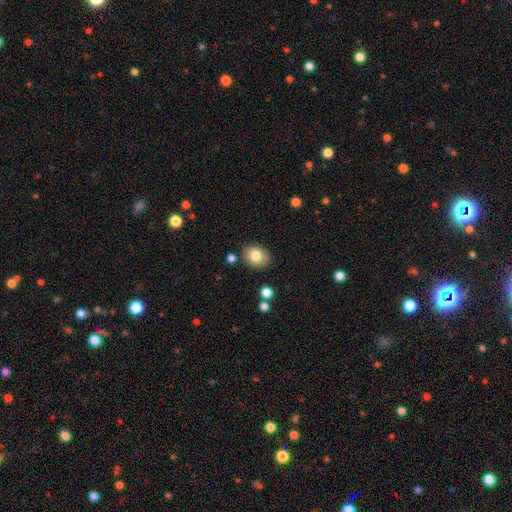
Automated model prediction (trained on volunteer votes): This is clearly a smooth galaxy (80%). How rounded: possibly in between (55%). Merging: clearly none (85%).